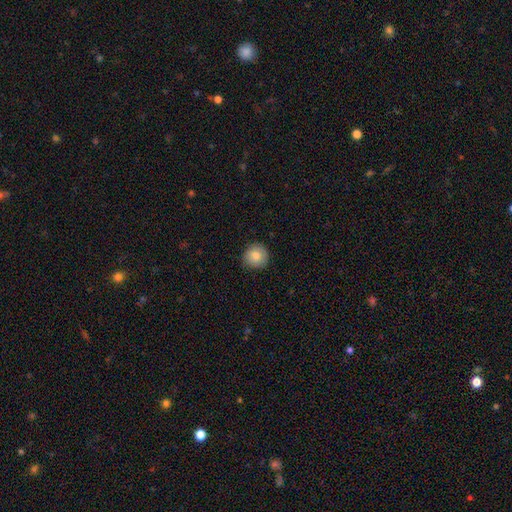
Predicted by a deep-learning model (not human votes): A smooth galaxy with no disk features (85%) that is round (94%).

Vote fractions:
- Smooth or featured? smooth: 85% / star or artifact: 8% / featured or disk: 7%
- How rounded? round: 94% / in between: 5% / cigar-shaped: 1%
- Merging? none: 87% / minor disturbance: 10% / major disturbance: 2% / merger: 1%